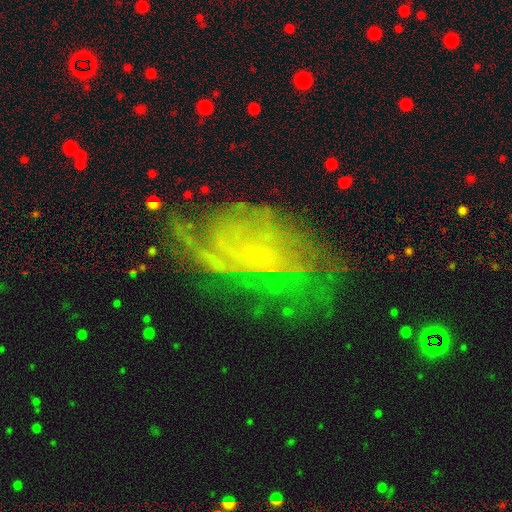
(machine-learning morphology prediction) Smooth or featured? Predicted: featured or disk (p=0.71). Edge-on disk? Predicted: no (p=0.95). Bar? Predicted: no (p=0.71). Spiral arms? Predicted: yes (p=0.79). Spiral winding? Predicted: tight (p=0.36). Spiral arm count? Predicted: can't tell (p=0.46). Bulge size? Predicted: small (p=0.67). Merging? Predicted: none (p=0.54).